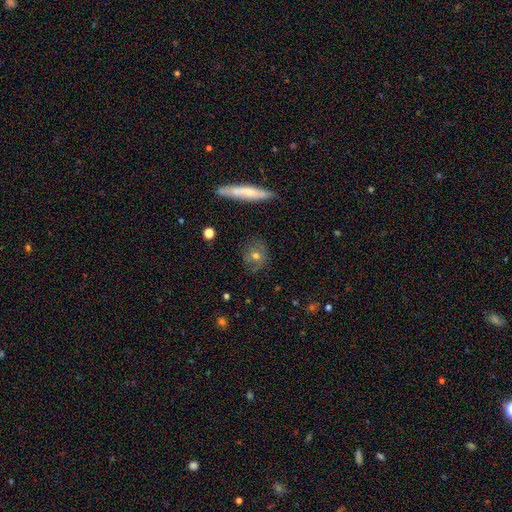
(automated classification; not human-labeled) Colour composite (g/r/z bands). It shows a smooth galaxy with no disk features (61%) that is round (75%). Merging: none (78%).